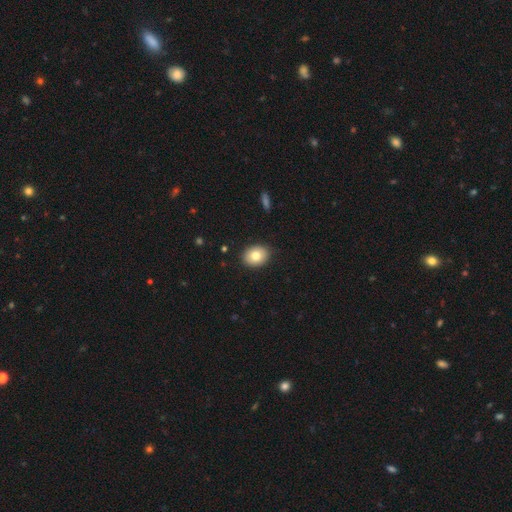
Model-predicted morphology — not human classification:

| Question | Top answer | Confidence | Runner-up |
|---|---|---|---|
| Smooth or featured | smooth | 79% | featured or disk (13%) |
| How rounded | in between | 57% | round (42%) |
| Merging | none | 89% | minor disturbance (8%) |